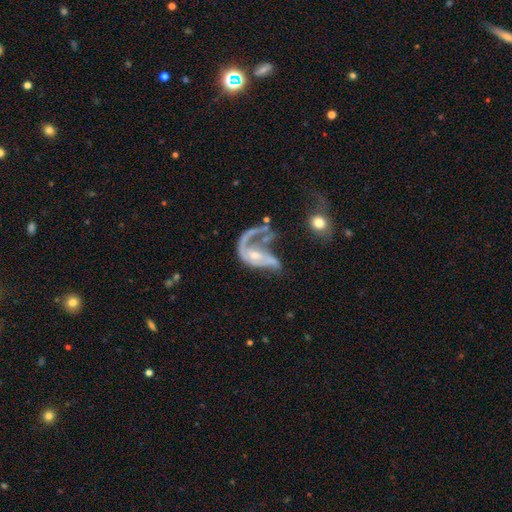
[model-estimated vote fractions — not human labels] A featured or disk galaxy (80%) with no bar (59%), 1 (53%) loose (56%) spiral arms (81%) and a small central bulge (53%).

Vote fractions:
- Smooth or featured? featured or disk: 80% / smooth: 13% / star or artifact: 7%
- Edge-on disk? no: 97% / yes: 3%
- Bar? no: 59% / weak: 29% / strong: 12%
- Spiral arms? yes: 81% / no: 19%
- Spiral winding? loose: 56% / medium: 31% / tight: 13%
- Spiral arm count? 1: 53% / 2: 32% / can't tell: 9% / 3: 3% / 4: 1% / more than 4: 1%
- Bulge size? small: 53% / moderate: 39% / none: 5% / large: 2% / dominant: 1%
- Merging? major disturbance: 52% / none: 18% / merger: 18% / minor disturbance: 12%